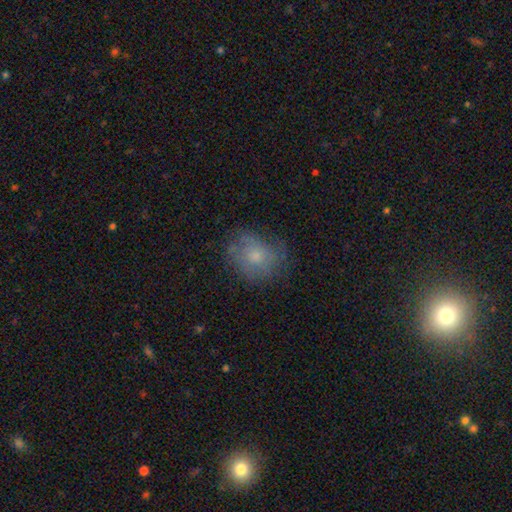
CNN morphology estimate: type=smooth (58%); roundness=round (63%); merging=none (61%).